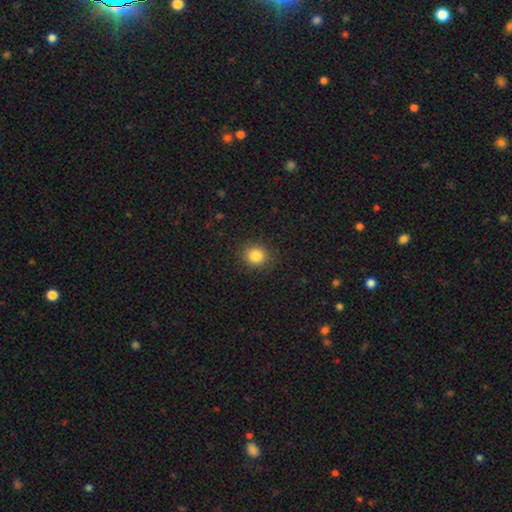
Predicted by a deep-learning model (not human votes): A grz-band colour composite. It shows a smooth galaxy with no disk features (84%) that is round (86%). Merging: none (89%).